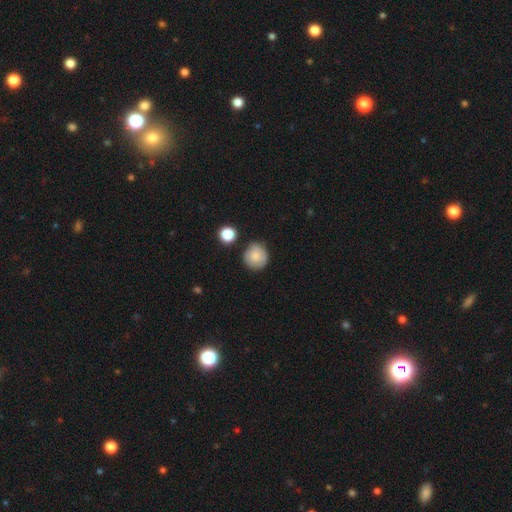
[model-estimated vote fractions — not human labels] Smooth or featured? smooth (79%)
How rounded? round (91%)
Merging? none (77%)